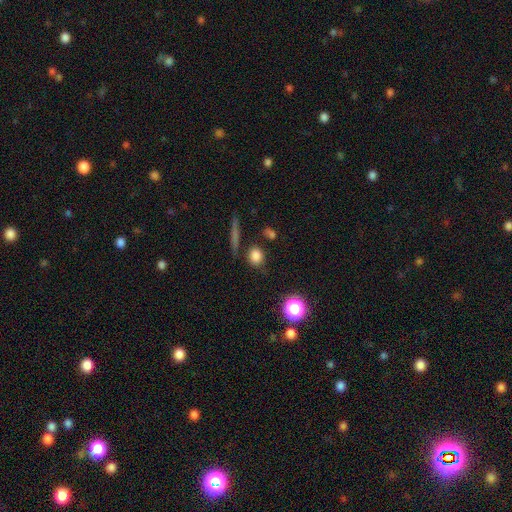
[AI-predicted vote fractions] Smooth or featured?
  - smooth: 80% *
  - star or artifact: 13%
  - featured or disk: 6%
How rounded?
  - round: 74% *
  - in between: 23%
  - cigar-shaped: 3%
Merging?
  - none: 81% *
  - minor disturbance: 11%
  - merger: 4%
  - major disturbance: 4%